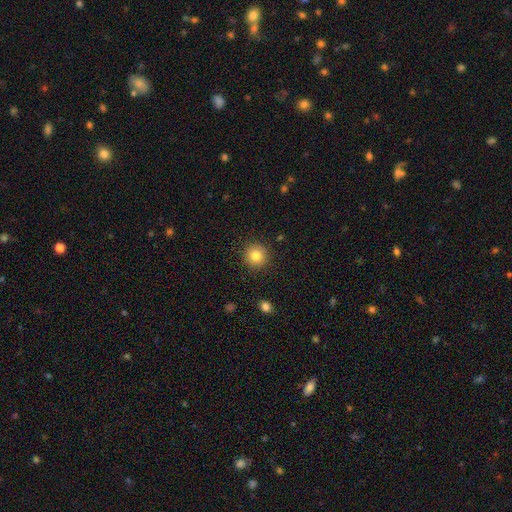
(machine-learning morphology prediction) This is clearly a smooth galaxy (83%). How rounded: clearly round (94%). Merging: clearly none (90%).